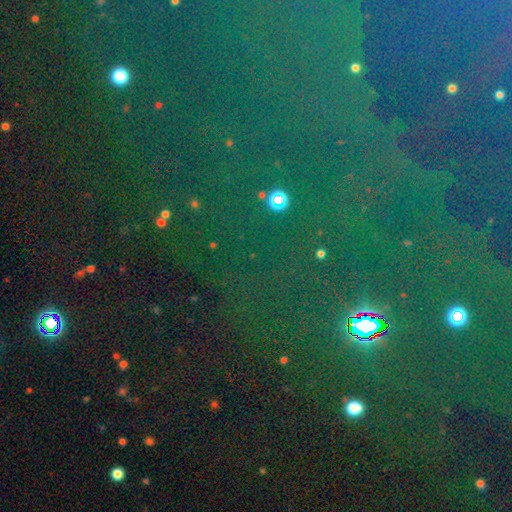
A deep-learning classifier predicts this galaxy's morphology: Q: Smooth or featured?
A: star or artifact (81%); runner-up: smooth (11%)